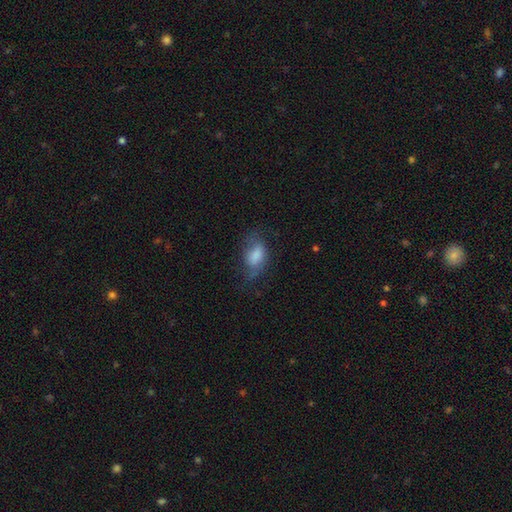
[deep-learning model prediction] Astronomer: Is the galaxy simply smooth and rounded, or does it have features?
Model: smooth — 73%.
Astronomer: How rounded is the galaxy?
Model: in between — 88%.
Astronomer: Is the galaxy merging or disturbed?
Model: none — 44% (runner-up: minor disturbance, 30%).